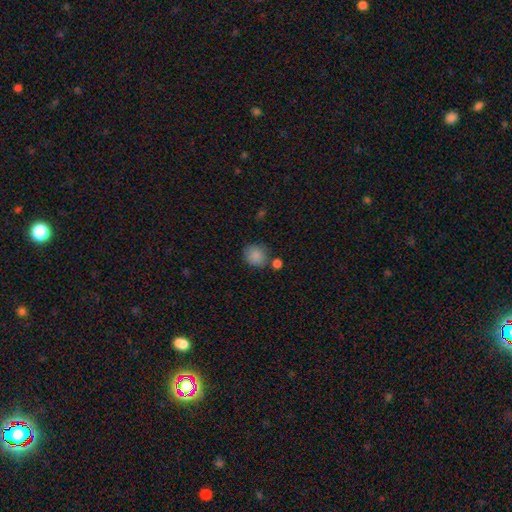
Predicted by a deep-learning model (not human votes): Morphology: type=smooth (87%); roundness=round (82%); merging=none (72%).